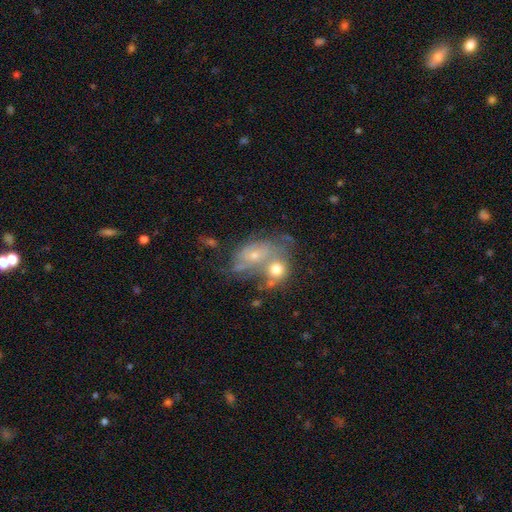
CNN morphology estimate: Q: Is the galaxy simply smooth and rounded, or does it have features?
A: featured or disk — 56%.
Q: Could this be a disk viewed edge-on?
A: no — 94%.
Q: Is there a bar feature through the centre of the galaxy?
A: no — 73%.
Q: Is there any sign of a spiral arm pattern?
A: yes — 61%.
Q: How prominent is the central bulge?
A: small — 49%.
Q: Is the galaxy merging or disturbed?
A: merger — 50%.